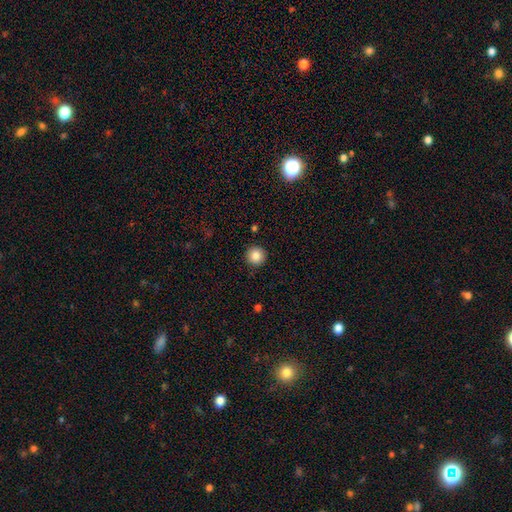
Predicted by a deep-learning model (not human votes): Smooth or featured?
  - smooth: 85% *
  - star or artifact: 10%
  - featured or disk: 5%
How rounded?
  - round: 96% *
  - in between: 3%
  - cigar-shaped: 1%
Merging?
  - none: 92% *
  - minor disturbance: 5%
  - major disturbance: 2%
  - merger: 1%